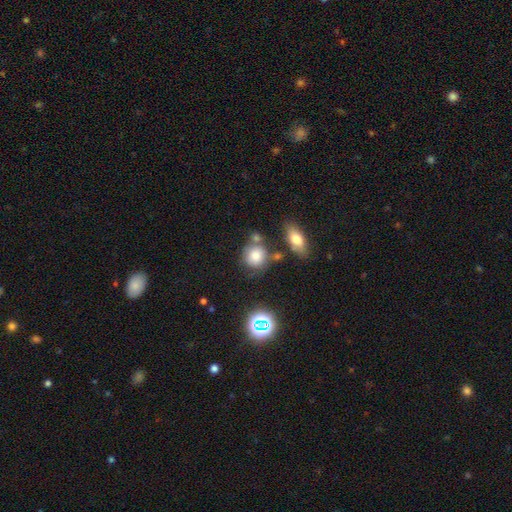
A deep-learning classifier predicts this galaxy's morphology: smooth-or-featured: smooth: 77% | star or artifact: 14% | featured or disk: 9%
  how-rounded: round: 74% | in between: 24% | cigar-shaped: 2%
  merging: none: 59% | merger: 18% | minor disturbance: 17% | major disturbance: 7%